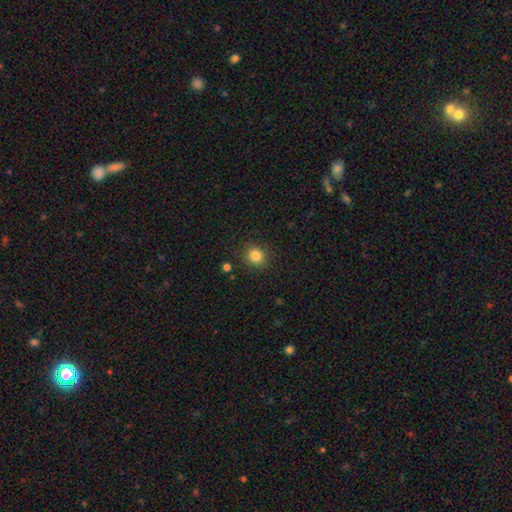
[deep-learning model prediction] Smooth or featured: smooth — 85% (star or artifact — 11%)
How rounded: round — 86% (in between — 13%)
Merging: none — 88% (minor disturbance — 8%)